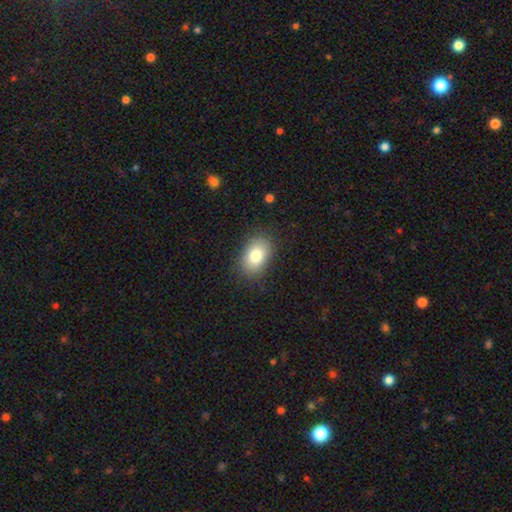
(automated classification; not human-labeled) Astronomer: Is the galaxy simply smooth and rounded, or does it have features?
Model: smooth — 82%.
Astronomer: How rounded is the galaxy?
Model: in between — 84%.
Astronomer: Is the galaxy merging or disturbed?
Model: none — 85%.